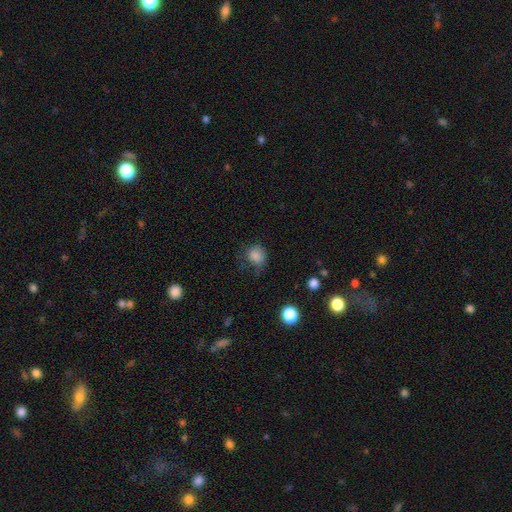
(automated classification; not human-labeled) smooth 83%, star or artifact 11%, featured or disk 6%. Down the decision tree: how rounded — round (71%); merging — none (57%).